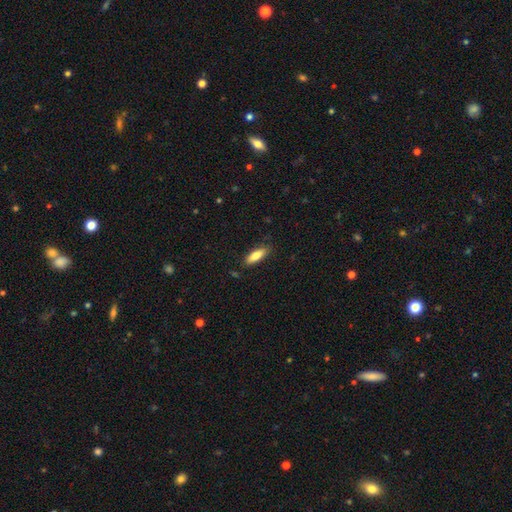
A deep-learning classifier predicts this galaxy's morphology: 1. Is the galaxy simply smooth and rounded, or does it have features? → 78% smooth, 16% featured or disk, 6% star or artifact.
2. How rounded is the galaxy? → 55% in between, 43% cigar-shaped, 2% round.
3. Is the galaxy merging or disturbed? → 84% none, 13% minor disturbance, 2% major disturbance, 1% merger.